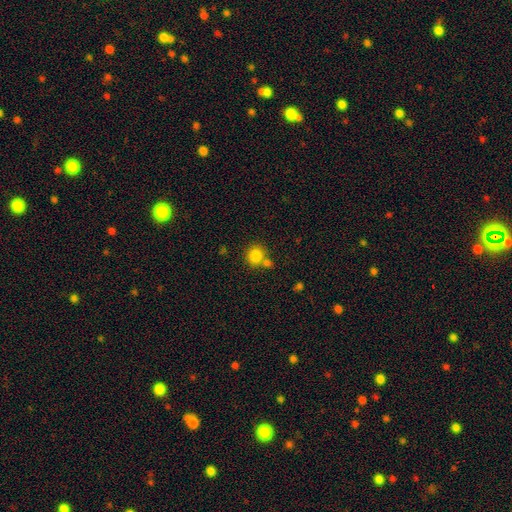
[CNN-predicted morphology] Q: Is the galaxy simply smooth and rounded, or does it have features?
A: smooth — 83%.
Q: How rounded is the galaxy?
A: round — 85%.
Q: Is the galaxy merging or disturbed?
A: none — 63%.